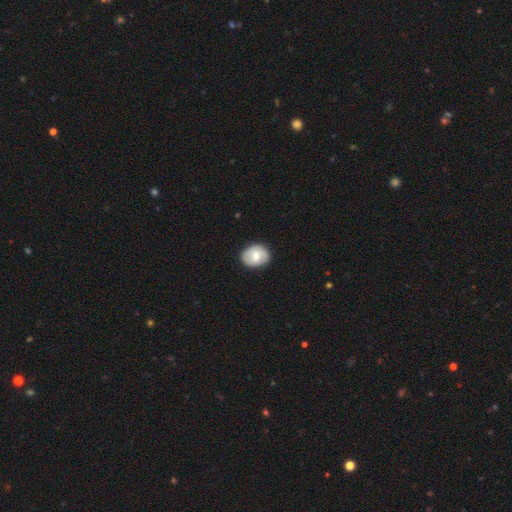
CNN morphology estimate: Smooth or featured? Predicted: smooth (p=0.61). How rounded? Predicted: in between (p=0.52). Merging? Predicted: none (p=0.84).